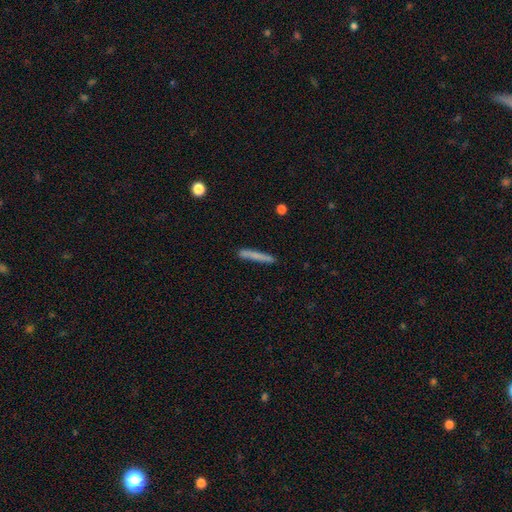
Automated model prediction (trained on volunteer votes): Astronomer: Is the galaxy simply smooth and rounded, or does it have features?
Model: smooth — 73%.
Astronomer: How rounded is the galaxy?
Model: cigar-shaped — 96%.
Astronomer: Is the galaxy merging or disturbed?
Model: none — 84%.